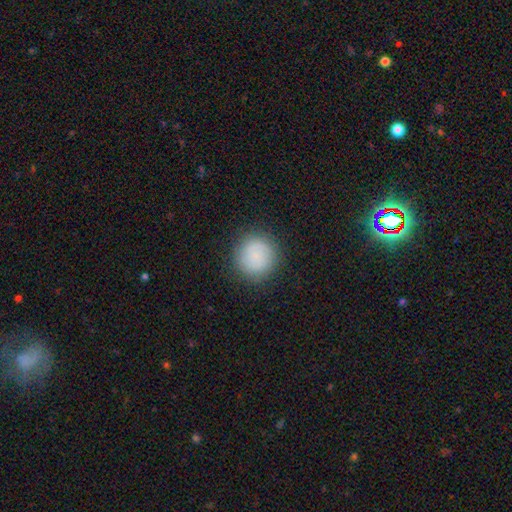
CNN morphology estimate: Overall: smooth (82%). How rounded: round (93%). Merging: none (88%).